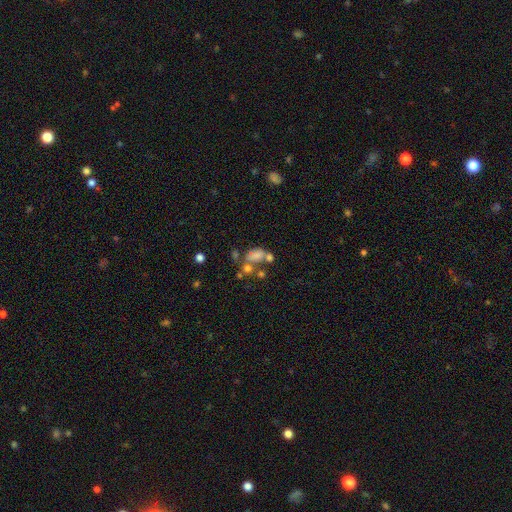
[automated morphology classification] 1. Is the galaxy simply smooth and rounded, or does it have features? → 61% smooth, 23% featured or disk, 15% star or artifact.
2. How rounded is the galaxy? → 80% in between, 18% round, 2% cigar-shaped.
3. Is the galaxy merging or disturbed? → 44% merger, 27% none, 16% major disturbance, 13% minor disturbance.